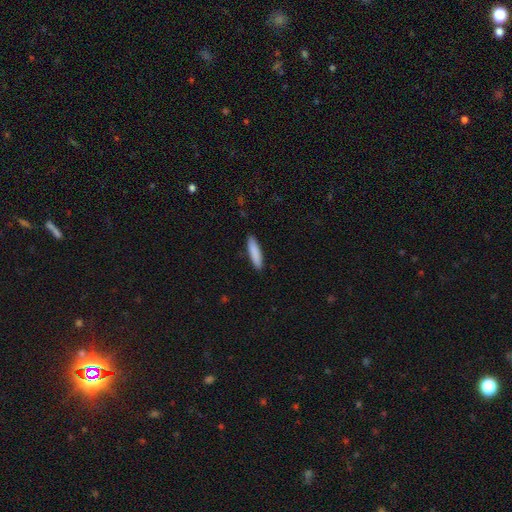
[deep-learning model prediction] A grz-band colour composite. It shows a smooth galaxy with no disk features (87%) that is cigar-shaped (81%). Merging: none (90%).